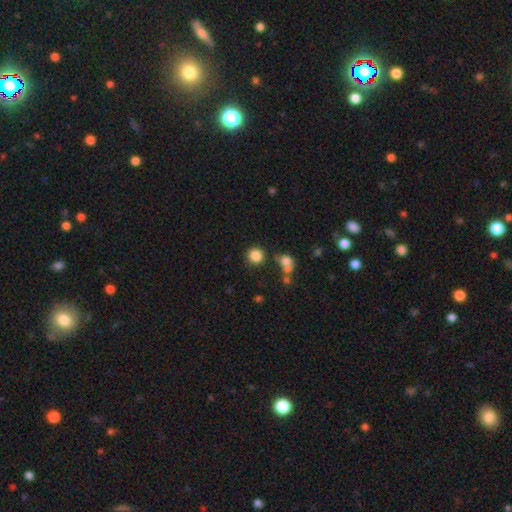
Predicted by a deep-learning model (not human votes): Smooth or featured: smooth — 84% (star or artifact — 11%)
How rounded: round — 92% (in between — 7%)
Merging: none — 80% (minor disturbance — 9%)